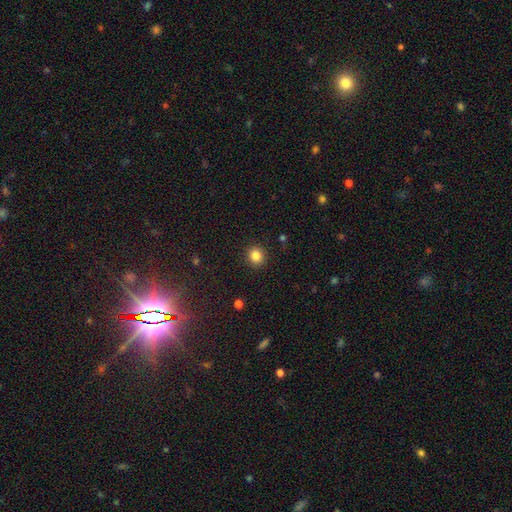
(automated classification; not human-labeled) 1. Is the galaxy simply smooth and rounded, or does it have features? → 84% smooth, 11% star or artifact, 5% featured or disk.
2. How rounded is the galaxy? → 88% round, 11% in between, 1% cigar-shaped.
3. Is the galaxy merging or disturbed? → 91% none, 6% minor disturbance, 2% major disturbance, 1% merger.